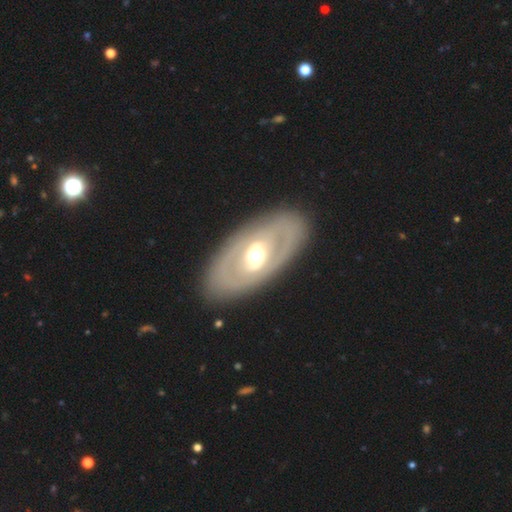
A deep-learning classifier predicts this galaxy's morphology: smooth-or-featured: featured or disk: 70% | smooth: 25% | star or artifact: 5%
  disk-edge-on: no: 89% | yes: 11%
    bar: no: 47% | weak: 32% | strong: 21%
    has-spiral-arms: no: 67% | yes: 33%
    bulge-size: moderate: 71% | large: 16% | small: 11% | dominant: 1% | none: 1%
  merging: none: 85% | minor disturbance: 10% | major disturbance: 4% | merger: 1%